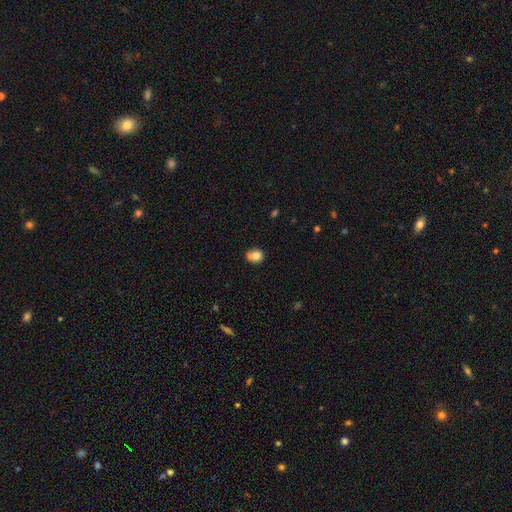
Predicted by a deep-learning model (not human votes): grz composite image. It shows a smooth galaxy with no disk features (78%) that is round (67%). Merging: none (58%).